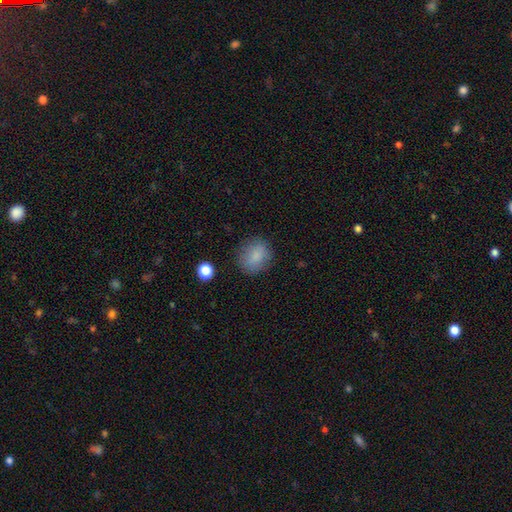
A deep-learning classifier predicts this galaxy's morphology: Smooth or featured? smooth (84%)
How rounded? round (71%)
Merging? none (82%)